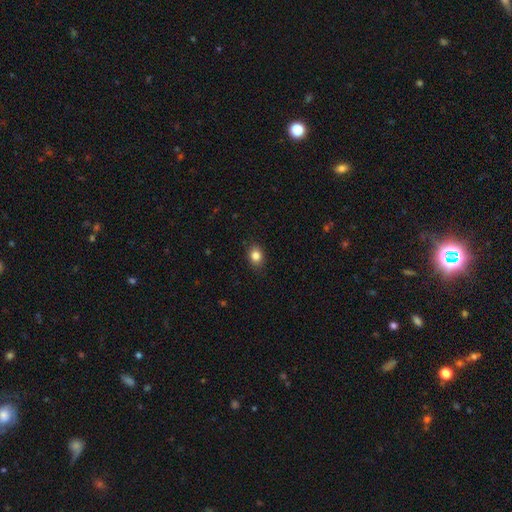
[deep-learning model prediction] This is clearly a smooth galaxy (84%). How rounded: possibly in between (59%). Merging: clearly none (87%).